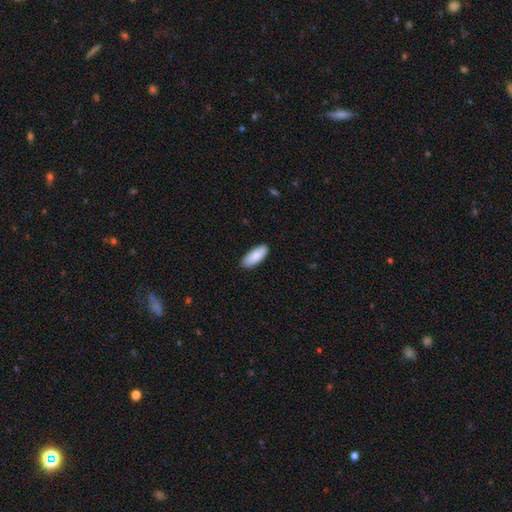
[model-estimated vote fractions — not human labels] Smooth or featured? Predicted: smooth (p=0.88). How rounded? Predicted: in between (p=0.80). Merging? Predicted: none (p=0.88).